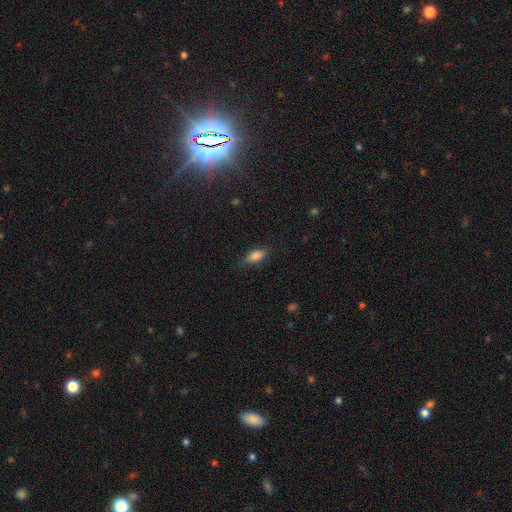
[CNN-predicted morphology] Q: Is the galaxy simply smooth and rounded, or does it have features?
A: smooth — 83%.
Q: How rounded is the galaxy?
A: in between — 85%.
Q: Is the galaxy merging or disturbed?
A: none — 81%.